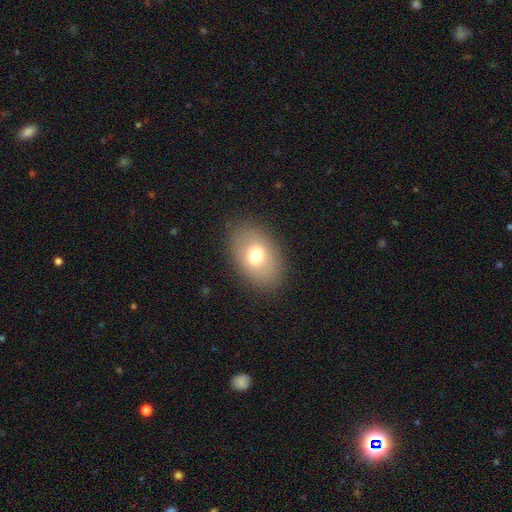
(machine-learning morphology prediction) Smooth or featured? Predicted: smooth (p=0.71). How rounded? Predicted: in between (p=0.84). Merging? Predicted: none (p=0.85).